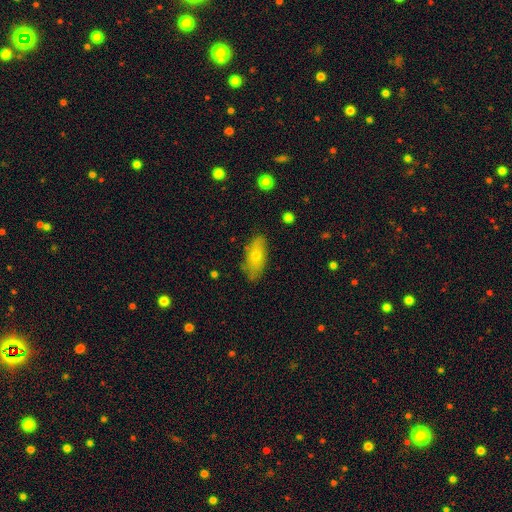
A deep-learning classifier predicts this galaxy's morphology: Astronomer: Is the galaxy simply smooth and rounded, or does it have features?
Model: smooth — 65%.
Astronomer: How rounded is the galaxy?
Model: in between — 82%.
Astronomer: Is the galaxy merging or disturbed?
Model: none — 79%.